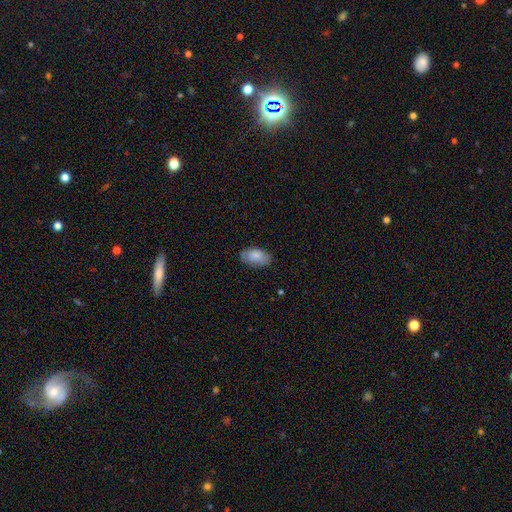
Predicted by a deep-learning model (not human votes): Smooth or featured? smooth (84%)
How rounded? in between (94%)
Merging? none (80%)